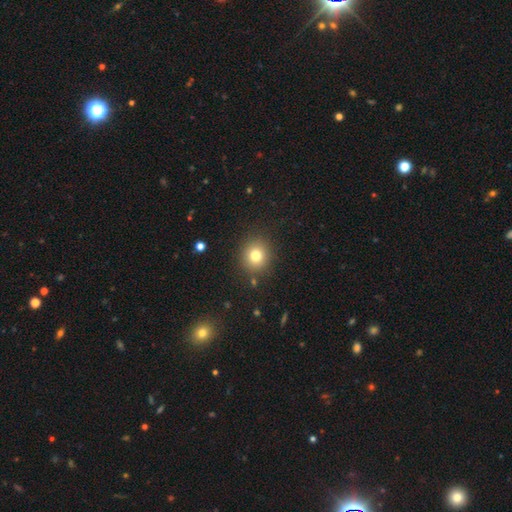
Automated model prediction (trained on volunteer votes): smooth 78%, star or artifact 13%, featured or disk 9%. Down the decision tree: how rounded — round (84%); merging — none (87%).